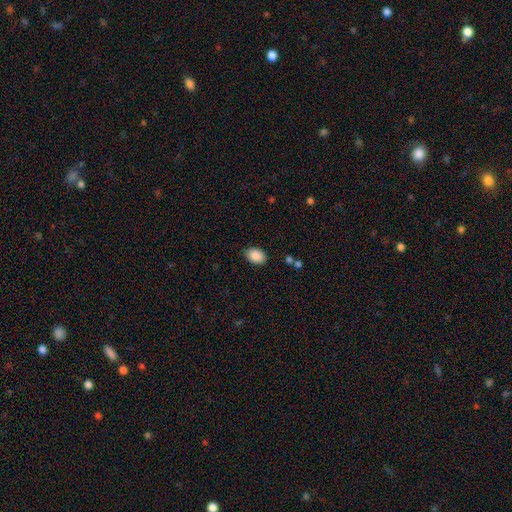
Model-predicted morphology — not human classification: A smooth galaxy with no disk features (88%) that is in between round and cigar-shaped (82%).

Vote fractions:
- Smooth or featured? smooth: 88% / star or artifact: 7% / featured or disk: 4%
- How rounded? in between: 82% / round: 17% / cigar-shaped: 1%
- Merging? none: 84% / minor disturbance: 12% / major disturbance: 3% / merger: 2%